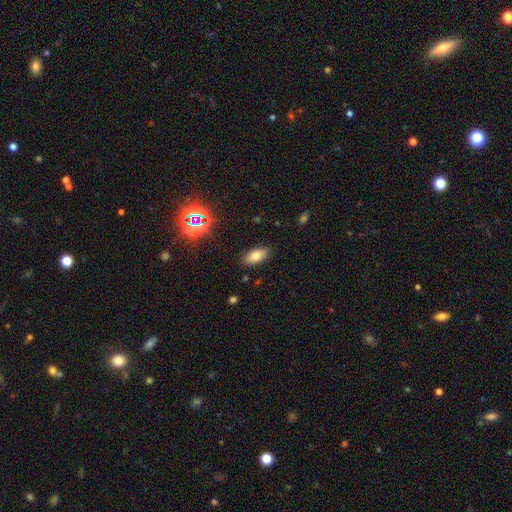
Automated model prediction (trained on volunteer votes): Smooth or featured? Predicted: smooth (p=0.78). How rounded? Predicted: in between (p=0.89). Merging? Predicted: none (p=0.87).